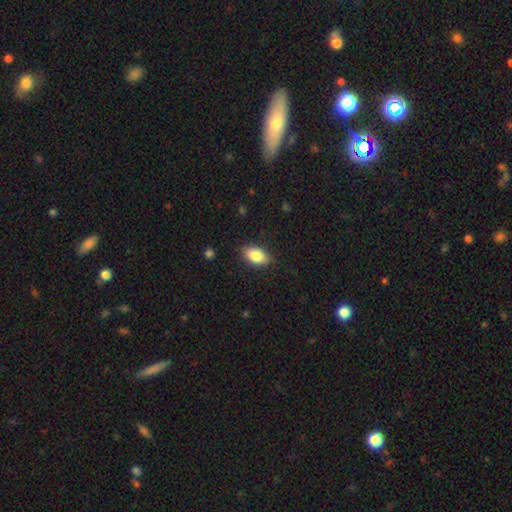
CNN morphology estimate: This appears to be a smooth galaxy with no disk features (85%) that is in between round and cigar-shaped (91%). Merging: none (85%).